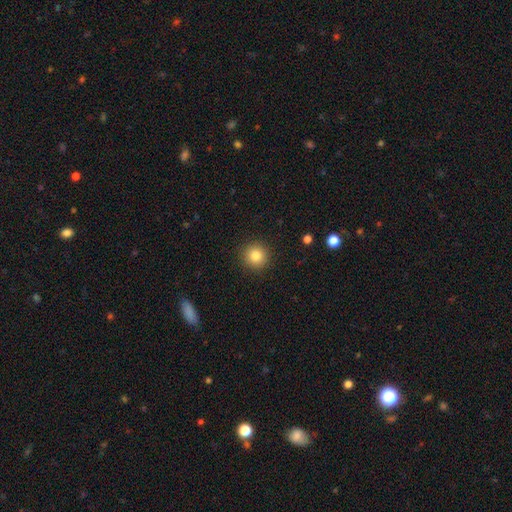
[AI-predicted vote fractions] Morphology: type=smooth (83%); roundness=round (94%); merging=none (91%).